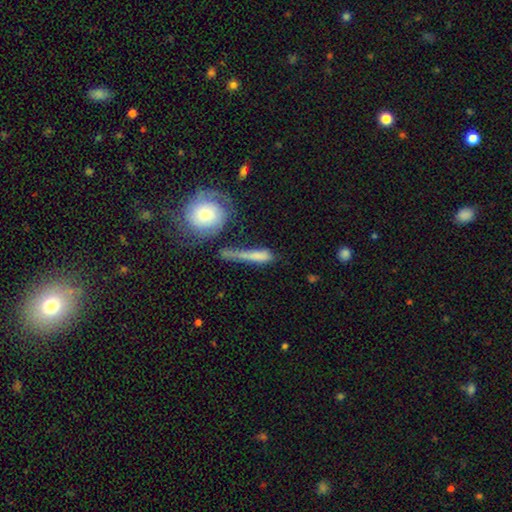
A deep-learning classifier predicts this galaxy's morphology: The model was most divided on "merging": none: 40%, merger: 23%, minor disturbance: 20%, major disturbance: 17%. More confident: how rounded — cigar-shaped (73%); smooth or featured — smooth (62%).